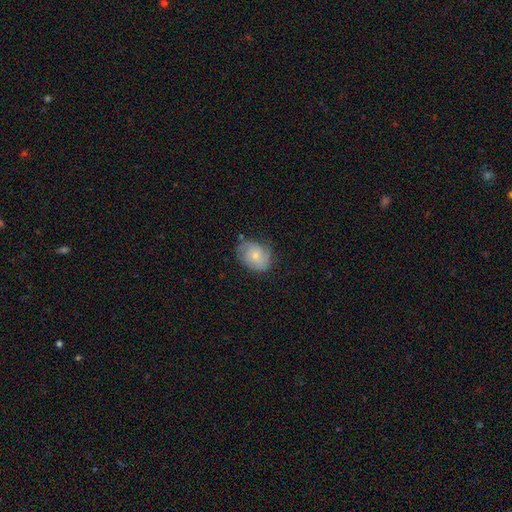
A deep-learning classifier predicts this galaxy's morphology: smooth 49%, featured or disk 43%, star or artifact 7%. Down the decision tree: merging — none (64%).